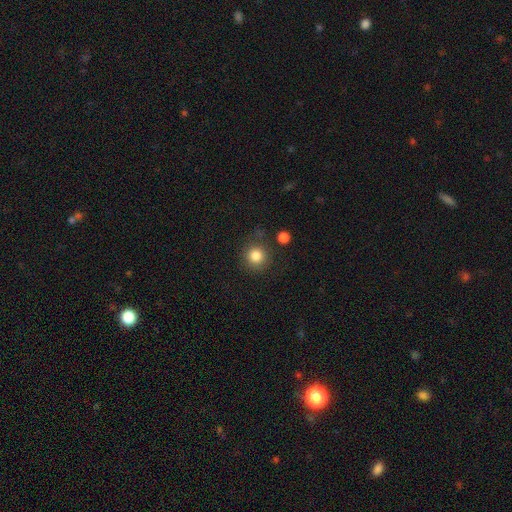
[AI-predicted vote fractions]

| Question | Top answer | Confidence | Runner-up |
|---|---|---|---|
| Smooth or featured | smooth | 84% | star or artifact (11%) |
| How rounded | round | 92% | in between (7%) |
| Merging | none | 82% | minor disturbance (10%) |